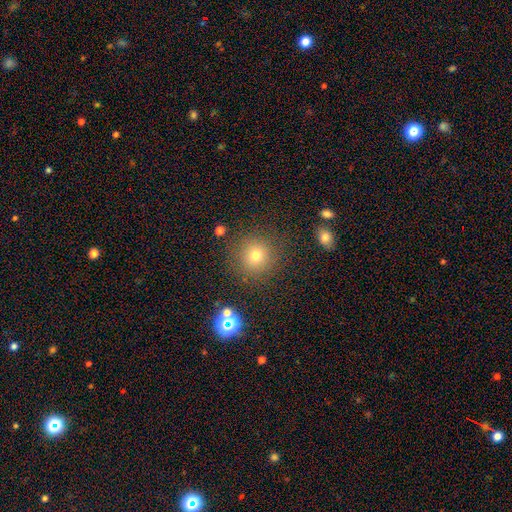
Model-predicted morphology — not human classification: Smooth or featured?
  - smooth: 73% *
  - star or artifact: 18%
  - featured or disk: 9%
How rounded?
  - round: 93% *
  - in between: 6%
  - cigar-shaped: 1%
Merging?
  - none: 86% *
  - minor disturbance: 8%
  - major disturbance: 4%
  - merger: 2%